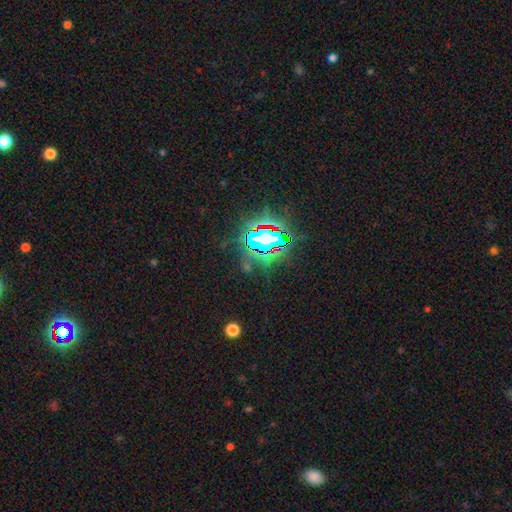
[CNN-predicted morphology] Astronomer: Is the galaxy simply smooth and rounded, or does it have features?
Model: star or artifact — 82%.